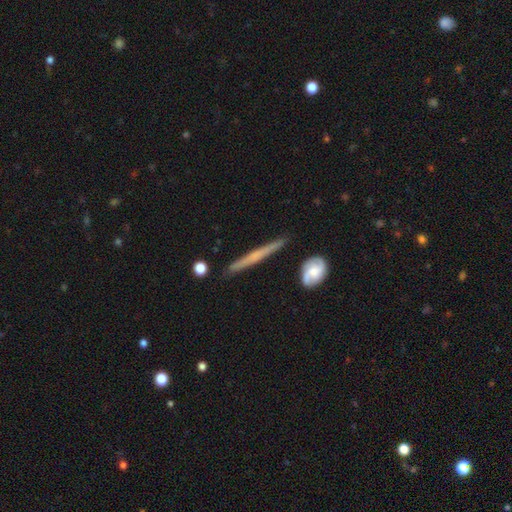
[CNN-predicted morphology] smooth_or_featured: featured or disk (p=0.55) [alt: smooth p=0.38]
disk_edge_on: yes (p=0.95) [alt: no p=0.05]
edge_on_bulge: none (p=0.72) [alt: rounded p=0.21]
merging: none (p=0.88) [alt: minor disturbance p=0.08]